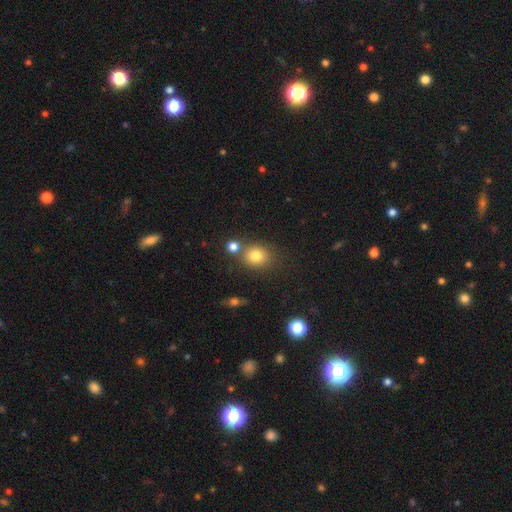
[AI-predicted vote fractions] Overall: smooth (80%). How rounded: round (67%; in between 32%). Merging: none (64%).